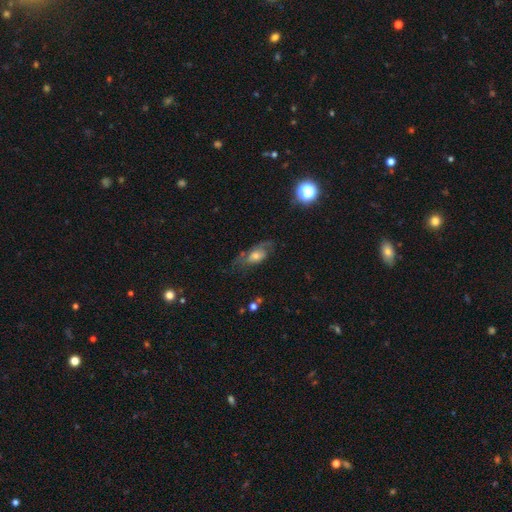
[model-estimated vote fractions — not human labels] Smooth or featured? Predicted: featured or disk (p=0.49). Merging? Predicted: none (p=0.52).